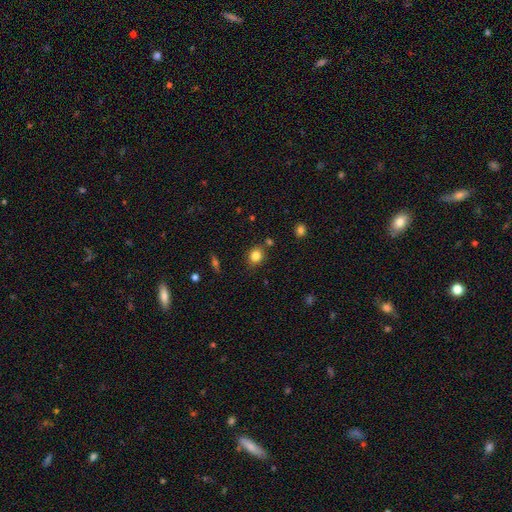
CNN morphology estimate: Smooth or featured: smooth — 83% (star or artifact — 11%)
How rounded: round — 66% (in between — 33%)
Merging: none — 80% (minor disturbance — 11%)